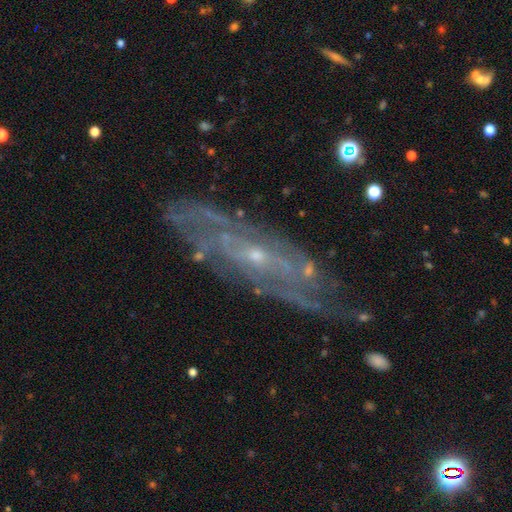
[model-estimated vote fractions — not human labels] Smooth or featured? Predicted: featured or disk (p=0.85). Edge-on disk? Predicted: no (p=0.82). Bar? Predicted: no (p=0.62). Spiral arms? Predicted: yes (p=0.87). Spiral winding? Predicted: tight (p=0.54). Spiral arm count? Predicted: can't tell (p=0.45). Bulge size? Predicted: small (p=0.75). Merging? Predicted: none (p=0.68).